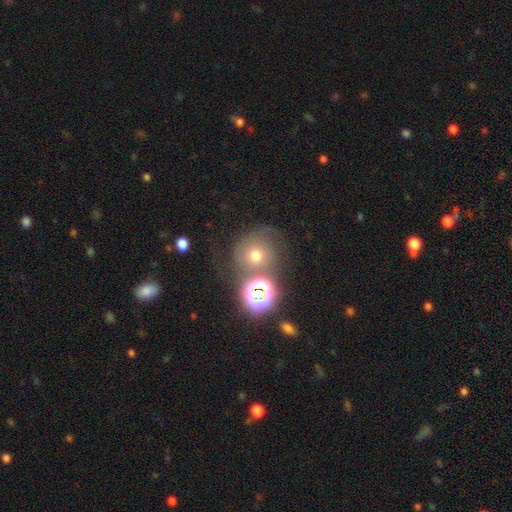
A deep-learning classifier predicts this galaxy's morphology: Overall: smooth (53%; star or artifact 24%). How rounded: round (87%). Merging: none (53%; merger 17%).